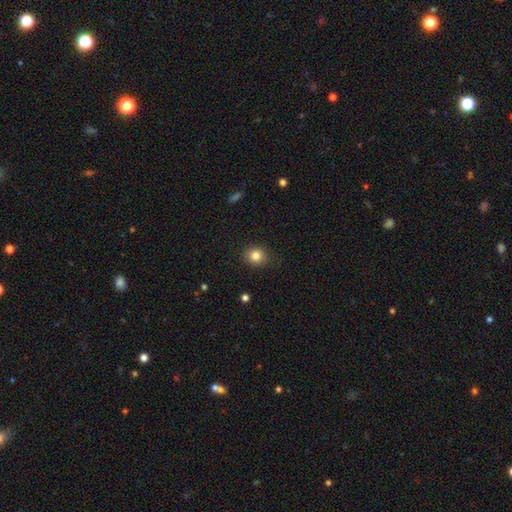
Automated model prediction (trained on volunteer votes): This is clearly a smooth galaxy (83%). How rounded: clearly round (83%). Merging: clearly none (88%).